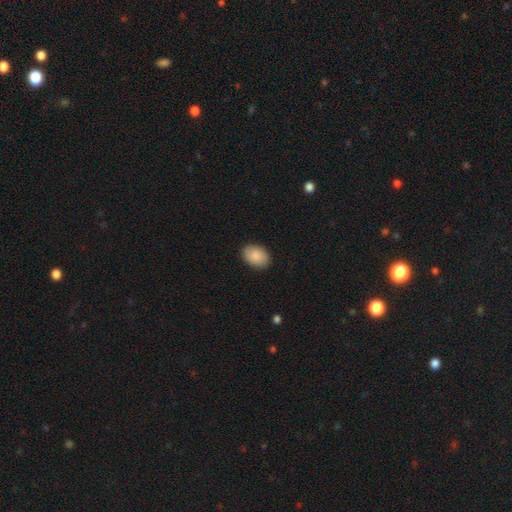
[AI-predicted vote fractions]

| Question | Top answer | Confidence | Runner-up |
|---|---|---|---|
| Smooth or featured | smooth | 88% | star or artifact (6%) |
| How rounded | in between | 79% | round (20%) |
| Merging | none | 89% | minor disturbance (8%) |